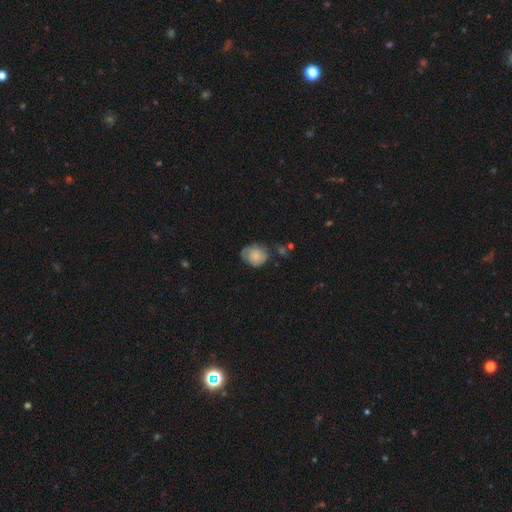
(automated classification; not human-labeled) A smooth galaxy with no disk features (66%) that is round (54%). Merging: none (52%).